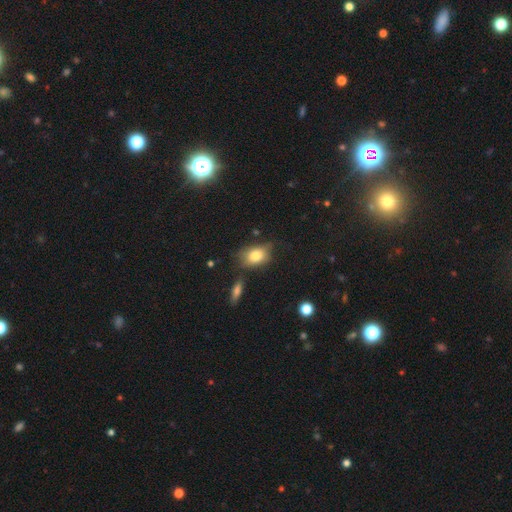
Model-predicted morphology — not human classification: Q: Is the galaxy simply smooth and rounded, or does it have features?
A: smooth — 80%.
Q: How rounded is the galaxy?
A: in between — 81%.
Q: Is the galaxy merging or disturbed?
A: none — 61%.